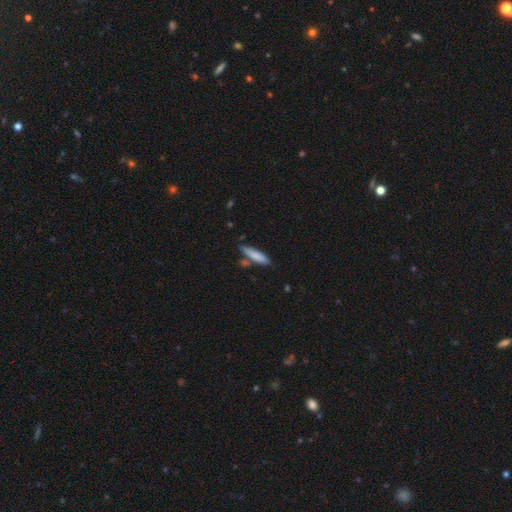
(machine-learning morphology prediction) Smooth or featured? Predicted: smooth (p=0.81). How rounded? Predicted: cigar-shaped (p=0.76). Merging? Predicted: none (p=0.70).